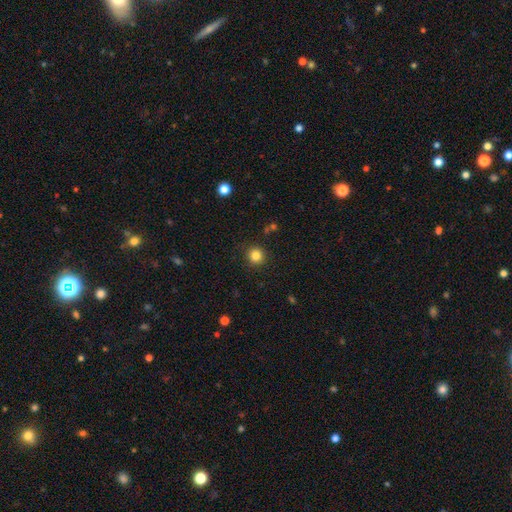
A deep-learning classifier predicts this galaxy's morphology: Smooth or featured? Predicted: smooth (p=0.83). How rounded? Predicted: round (p=0.94). Merging? Predicted: none (p=0.90).